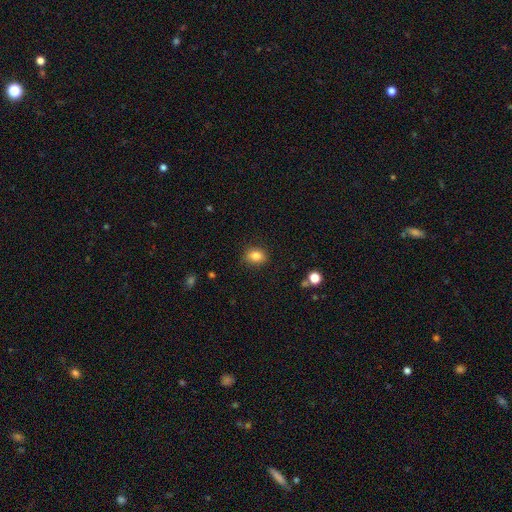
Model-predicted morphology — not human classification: Smooth or featured?
  - smooth: 84% *
  - star or artifact: 10%
  - featured or disk: 6%
How rounded?
  - in between: 64% *
  - round: 34%
  - cigar-shaped: 1%
Merging?
  - none: 85% *
  - minor disturbance: 11%
  - major disturbance: 3%
  - merger: 1%